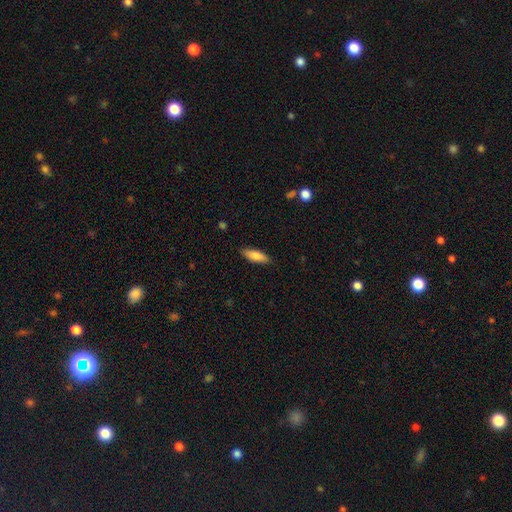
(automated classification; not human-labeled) Smooth or featured?
  - smooth: 82% *
  - featured or disk: 12%
  - star or artifact: 6%
How rounded?
  - in between: 59% *
  - cigar-shaped: 39%
  - round: 2%
Merging?
  - none: 88% *
  - minor disturbance: 9%
  - major disturbance: 2%
  - merger: 1%